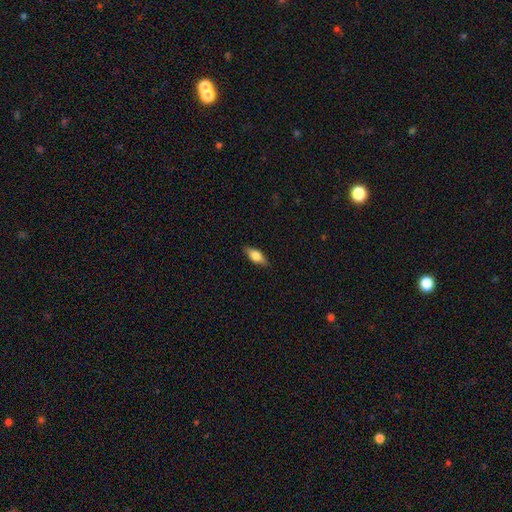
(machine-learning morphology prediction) The model was most divided on "smooth or featured": smooth: 70%, featured or disk: 24%, star or artifact: 7%. More confident: merging — none (86%); how rounded — in between (77%).